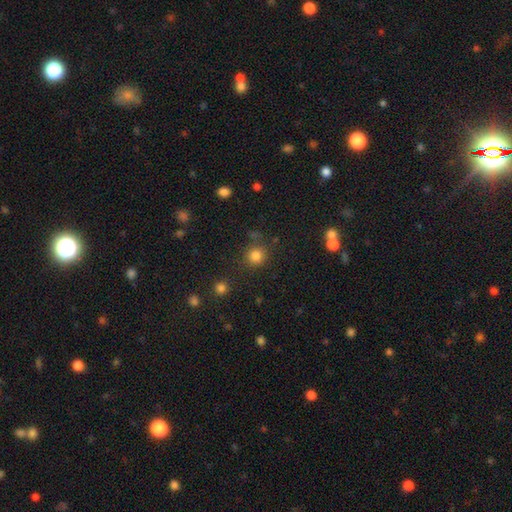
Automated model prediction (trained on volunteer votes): The model was most divided on "smooth or featured": smooth: 81%, star or artifact: 14%, featured or disk: 5%. More confident: how rounded — round (91%); merging — none (79%).